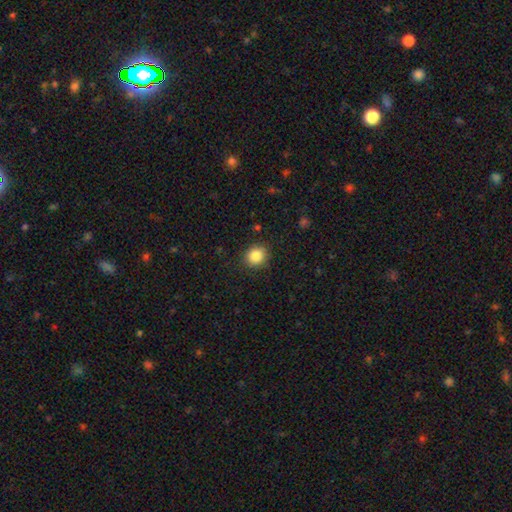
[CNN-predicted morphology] Smooth or featured? smooth (86%)
How rounded? round (82%)
Merging? none (88%)